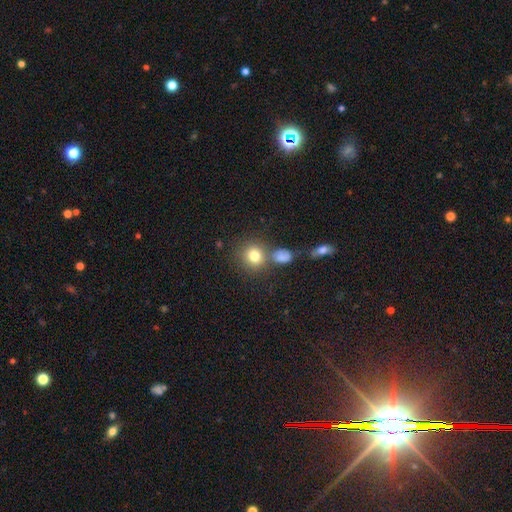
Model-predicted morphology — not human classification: Smooth or featured? smooth (52%)
How rounded? round (89%)
Merging? none (69%)